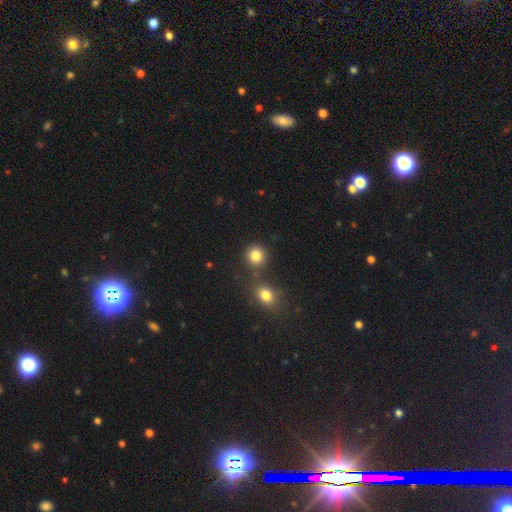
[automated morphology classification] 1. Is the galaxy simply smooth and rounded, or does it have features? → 83% smooth, 12% star or artifact, 6% featured or disk.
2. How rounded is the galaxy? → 89% round, 10% in between, 1% cigar-shaped.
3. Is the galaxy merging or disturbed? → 76% none, 13% merger, 8% minor disturbance, 3% major disturbance.